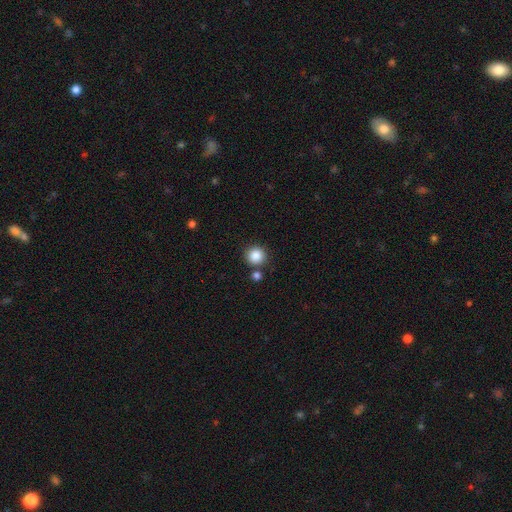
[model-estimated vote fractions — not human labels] This is clearly a smooth galaxy (87%). How rounded: clearly round (92%). Merging: likely none (80%).